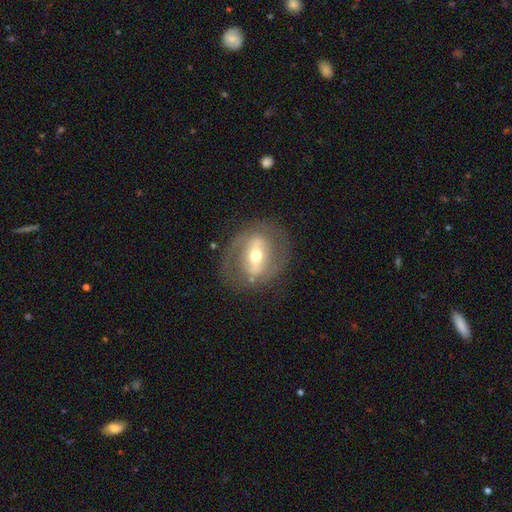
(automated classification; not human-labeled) The model was most divided on "spiral arms": no: 60%, yes: 40%. More confident: edge-on disk — no (89%); merging — none (76%); smooth or featured — featured or disk (70%); bulge size — moderate (66%); bar — strong (57%).